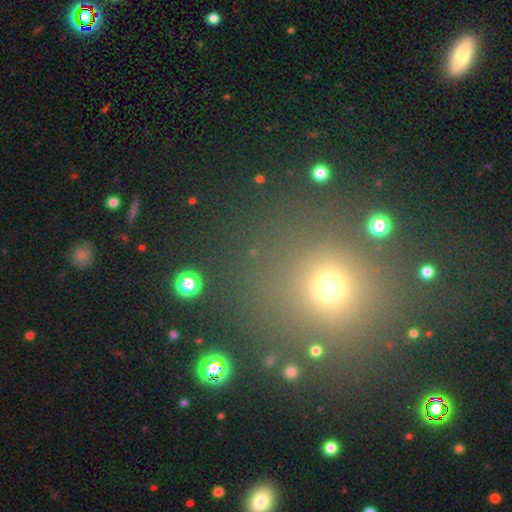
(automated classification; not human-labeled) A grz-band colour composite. It shows a smooth galaxy with no disk features (55%) that is round (90%). Merging: none (85%).